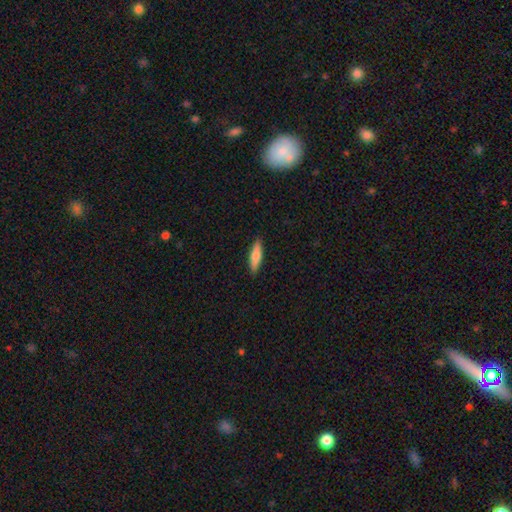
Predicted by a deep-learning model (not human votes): Q: Smooth or featured?
A: smooth (73%); runner-up: featured or disk (22%)
Q: How rounded?
A: cigar-shaped (70%); runner-up: in between (28%)
Q: Merging?
A: none (90%); runner-up: minor disturbance (7%)